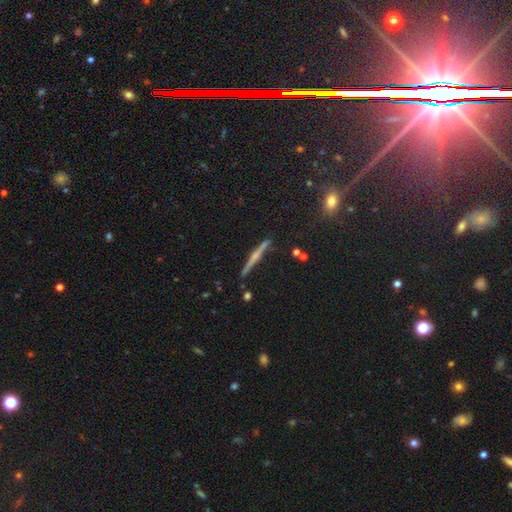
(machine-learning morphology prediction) Smooth or featured: featured or disk — 72% (smooth — 18%)
Edge-on disk: yes — 98% (no — 2%)
Edge-on bulge: rounded — 71% (none — 19%)
Merging: none — 88% (minor disturbance — 8%)